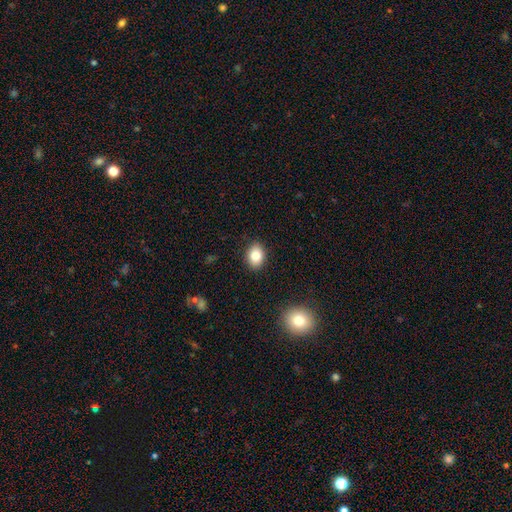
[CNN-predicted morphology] Smooth or featured? smooth (82%)
How rounded? in between (71%)
Merging? none (89%)